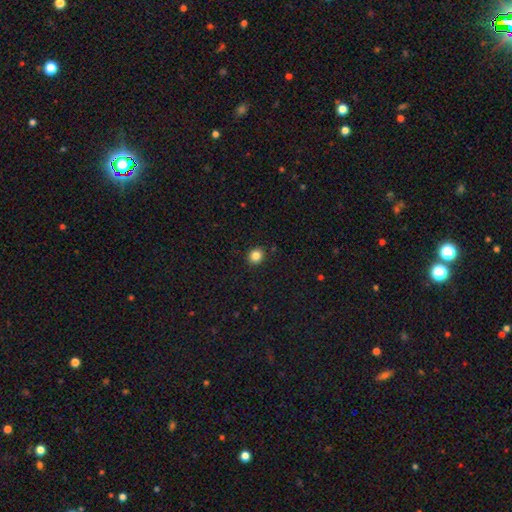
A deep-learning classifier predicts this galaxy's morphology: This is clearly a smooth galaxy (84%). How rounded: likely round (75%). Merging: clearly none (90%).